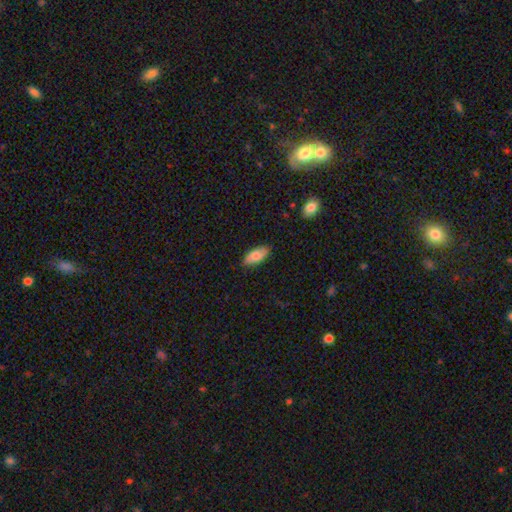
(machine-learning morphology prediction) A smooth galaxy with no disk features (81%) that is in between round and cigar-shaped (86%).

Vote fractions:
- Smooth or featured? smooth: 81% / featured or disk: 13% / star or artifact: 6%
- How rounded? in between: 86% / cigar-shaped: 12% / round: 2%
- Merging? none: 83% / minor disturbance: 13% / major disturbance: 2% / merger: 1%